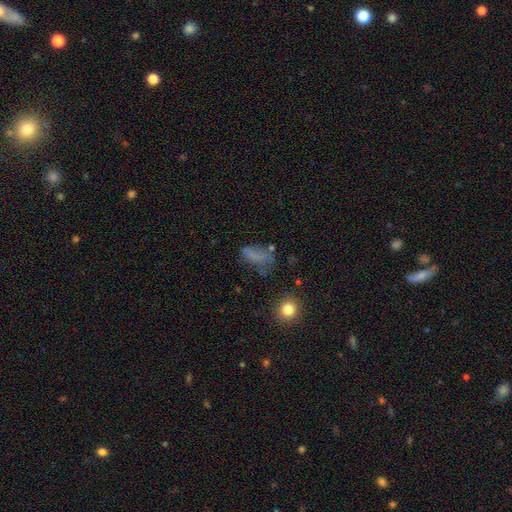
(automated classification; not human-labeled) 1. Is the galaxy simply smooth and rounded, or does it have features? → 63% smooth, 20% star or artifact, 18% featured or disk.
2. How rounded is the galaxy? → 74% in between, 18% cigar-shaped, 9% round.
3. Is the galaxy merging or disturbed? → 46% none, 26% minor disturbance, 22% major disturbance, 6% merger.